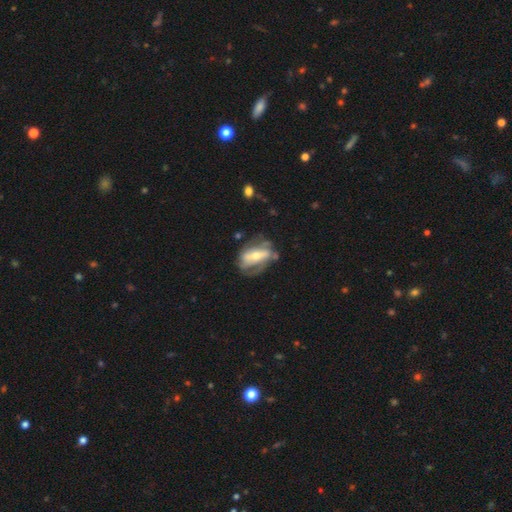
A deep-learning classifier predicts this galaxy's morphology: The model was most divided on "bulge size": moderate: 51%, small: 41%, large: 5%, none: 2%, dominant: 1%. Remaining: edge-on disk — no (87%); smooth or featured — featured or disk (68%); spiral arms — yes (58%); bar — strong (52%); merging — none (50%).